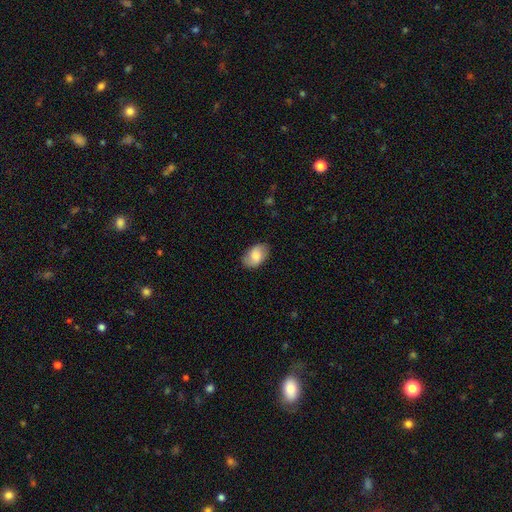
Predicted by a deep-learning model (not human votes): Q: Smooth or featured?
A: smooth (72%); runner-up: featured or disk (21%)
Q: How rounded?
A: in between (90%); runner-up: round (9%)
Q: Merging?
A: none (79%); runner-up: minor disturbance (16%)